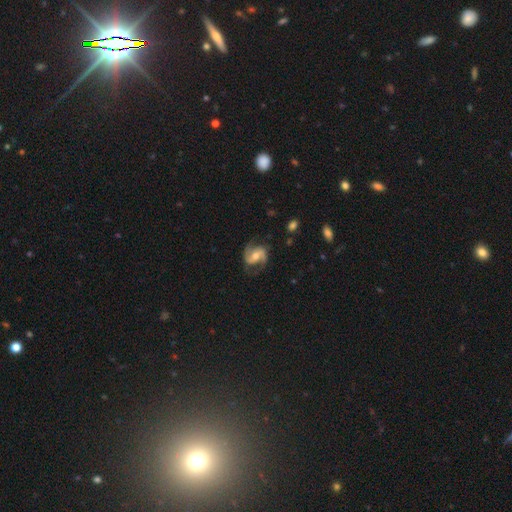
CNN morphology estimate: Smooth or featured?
  - featured or disk: 87% *
  - smooth: 8%
  - star or artifact: 5%
Edge-on disk?
  - no: 98% *
  - yes: 2%
Bar?
  - weak: 42% *
  - no: 32%
  - strong: 26%
Spiral arms?
  - yes: 97% *
  - no: 3%
Spiral winding?
  - medium: 54% *
  - loose: 27%
  - tight: 19%
Spiral arm count?
  - 2: 92% *
  - can't tell: 2%
  - 1: 2%
  - 3: 2%
  - 4: 1%
  - more than 4: 1%
Bulge size?
  - moderate: 62% *
  - small: 29%
  - large: 5%
  - none: 2%
  - dominant: 1%
Merging?
  - none: 77% *
  - minor disturbance: 15%
  - major disturbance: 7%
  - merger: 1%